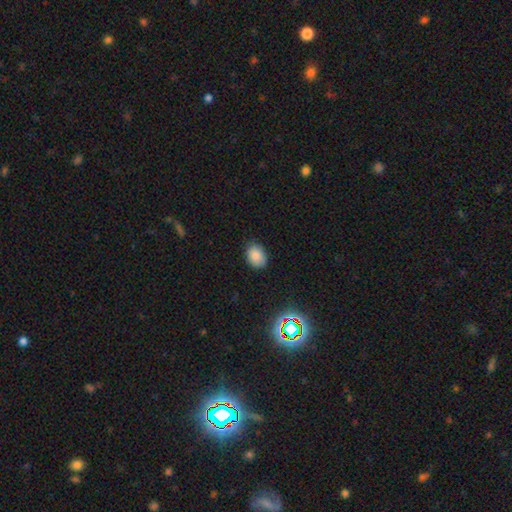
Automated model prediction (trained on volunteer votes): smooth-or-featured: smooth: 85% | star or artifact: 11% | featured or disk: 4%
  how-rounded: in between: 67% | round: 32% | cigar-shaped: 1%
  merging: none: 80% | minor disturbance: 15% | major disturbance: 3% | merger: 1%